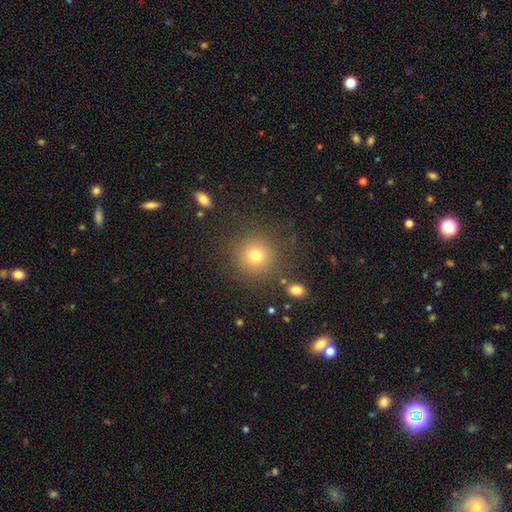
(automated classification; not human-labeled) smooth_or_featured: smooth (p=0.75) [alt: star or artifact p=0.15]
how_rounded: round (p=0.93) [alt: in between p=0.06]
merging: none (p=0.85) [alt: minor disturbance p=0.08]